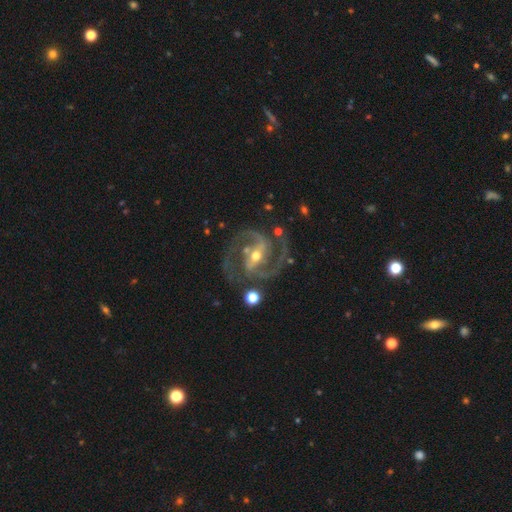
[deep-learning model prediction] A featured or disk galaxy (93%) with a strong bar (62%), 2 (87%) medium (63%) spiral arms (98%) and a moderate central bulge (50%).

Vote fractions:
- Smooth or featured? featured or disk: 93% / star or artifact: 5% / smooth: 2%
- Edge-on disk? no: 98% / yes: 2%
- Bar? strong: 62% / weak: 28% / no: 10%
- Spiral arms? yes: 98% / no: 2%
- Spiral winding? medium: 63% / tight: 28% / loose: 9%
- Spiral arm count? 2: 87% / 3: 7% / can't tell: 2% / 4: 1% / 1: 1% / more than 4: 1%
- Bulge size? moderate: 50% / small: 47% / large: 2% / none: 1% / dominant: 1%
- Merging? none: 76% / minor disturbance: 14% / major disturbance: 7% / merger: 3%